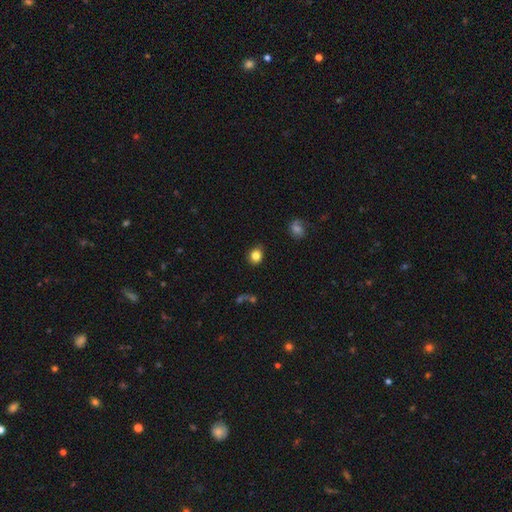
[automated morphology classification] smooth_or_featured: smooth (p=0.83) [alt: star or artifact p=0.11]
how_rounded: round (p=0.67) [alt: in between p=0.32]
merging: none (p=0.84) [alt: minor disturbance p=0.12]